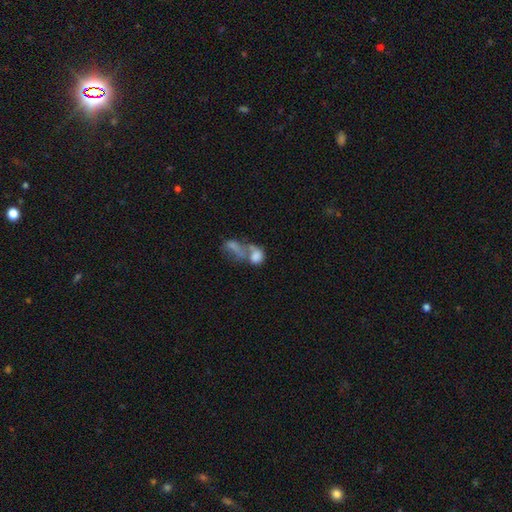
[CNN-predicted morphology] smooth_or_featured: smooth (p=0.67) [alt: featured or disk p=0.23]
how_rounded: in between (p=0.59) [alt: round p=0.39]
merging: merger (p=0.67) [alt: none p=0.14]